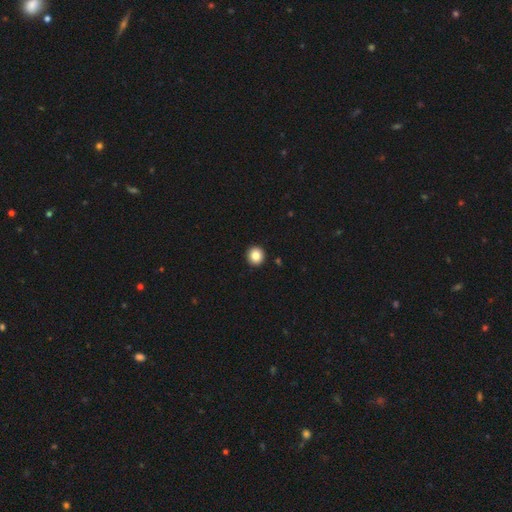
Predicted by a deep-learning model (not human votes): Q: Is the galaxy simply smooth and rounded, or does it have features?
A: smooth — 86%.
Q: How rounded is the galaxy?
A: round — 93%.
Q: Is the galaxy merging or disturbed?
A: none — 94%.